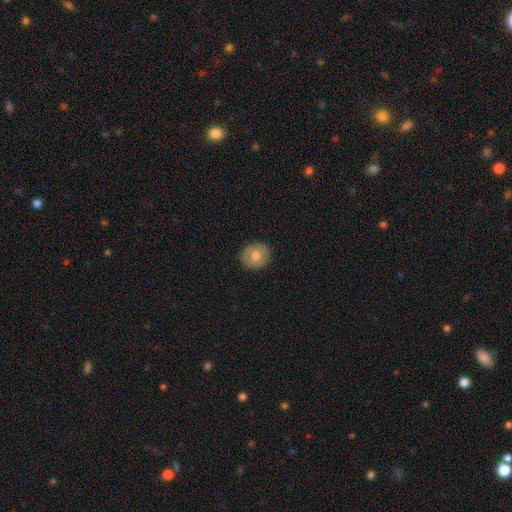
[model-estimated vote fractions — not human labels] This is likely a smooth galaxy (63%). How rounded: clearly round (85%). Merging: clearly none (87%).